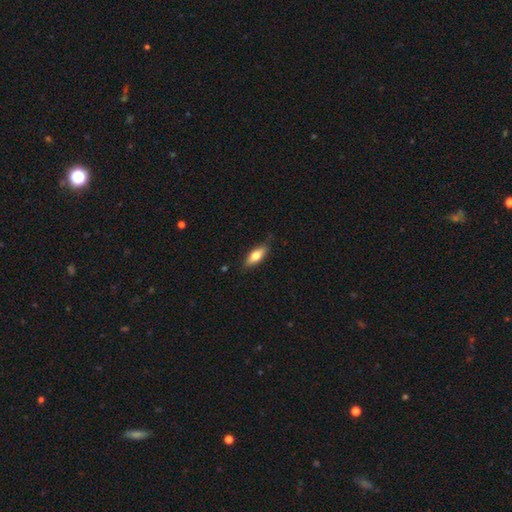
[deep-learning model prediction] This appears to be a smooth galaxy with no disk features (70%) that is in between round and cigar-shaped (70%). Merging: none (80%).